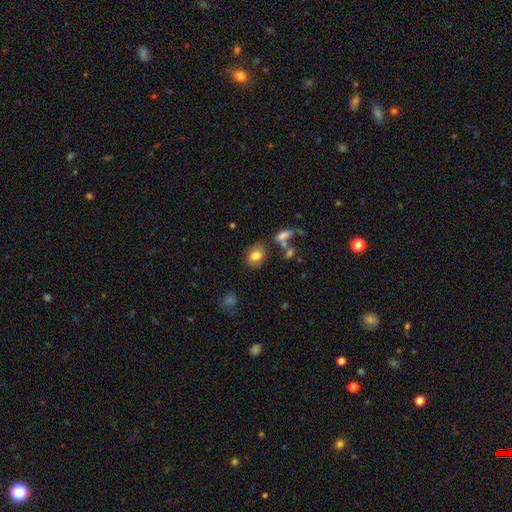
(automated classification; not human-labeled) Smooth or featured: smooth — 78% (featured or disk — 14%)
How rounded: in between — 68% (round — 30%)
Merging: none — 74% (minor disturbance — 15%)